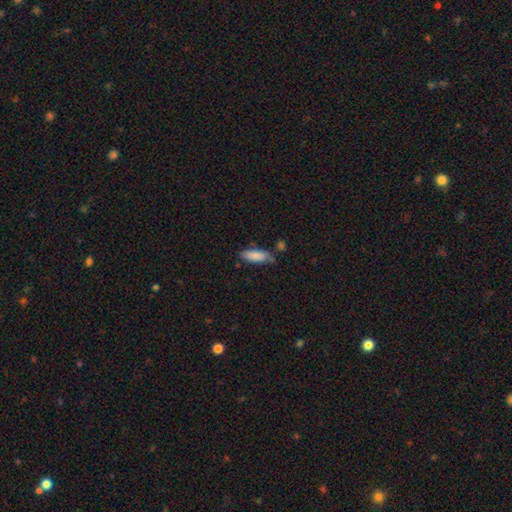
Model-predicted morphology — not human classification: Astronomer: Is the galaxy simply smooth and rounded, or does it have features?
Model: smooth — 86%.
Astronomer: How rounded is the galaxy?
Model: in between — 61% (runner-up: cigar-shaped, 38%).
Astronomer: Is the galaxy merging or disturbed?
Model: none — 70%.